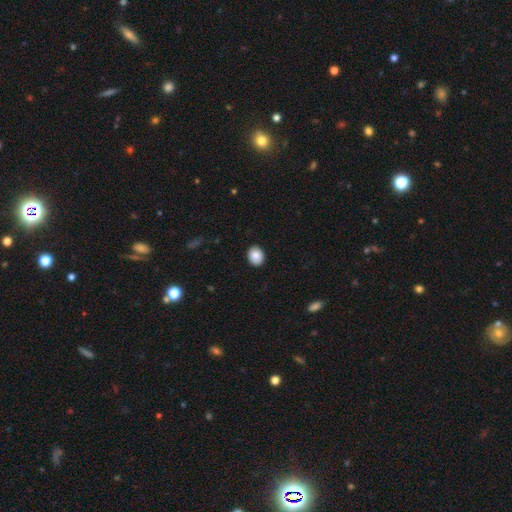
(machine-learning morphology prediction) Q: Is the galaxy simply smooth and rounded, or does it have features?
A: smooth — 87%.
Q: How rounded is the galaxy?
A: in between — 54%.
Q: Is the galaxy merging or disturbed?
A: none — 89%.